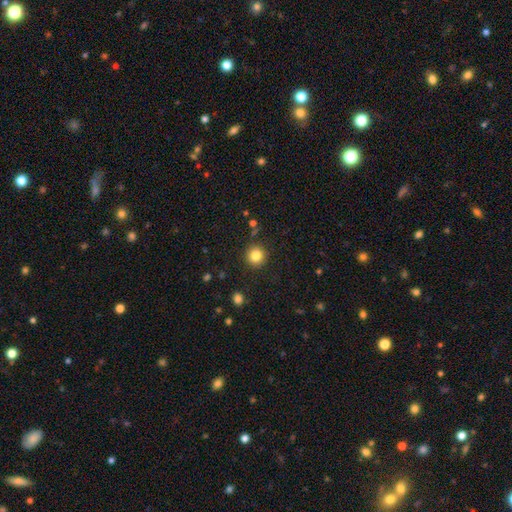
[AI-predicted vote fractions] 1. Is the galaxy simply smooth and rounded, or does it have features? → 83% smooth, 11% star or artifact, 6% featured or disk.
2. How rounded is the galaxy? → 94% round, 5% in between, 1% cigar-shaped.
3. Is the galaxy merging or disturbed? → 90% none, 6% minor disturbance, 2% major disturbance, 2% merger.